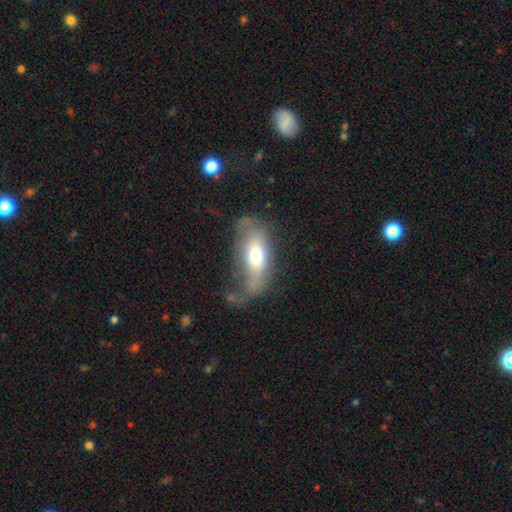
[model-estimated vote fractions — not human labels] Smooth or featured?
  - smooth: 59% *
  - featured or disk: 32%
  - star or artifact: 8%
How rounded?
  - in between: 83% *
  - cigar-shaped: 12%
  - round: 5%
Merging?
  - major disturbance: 36% *
  - none: 30%
  - minor disturbance: 27%
  - merger: 7%